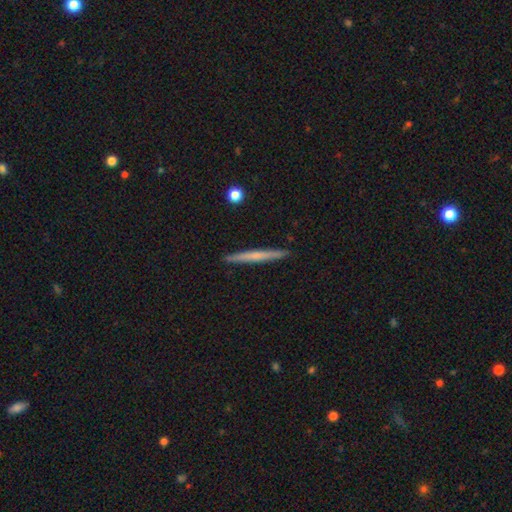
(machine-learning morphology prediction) This appears to be a smooth galaxy with no disk features (52%) that is cigar-shaped (97%). Merging: none (92%).